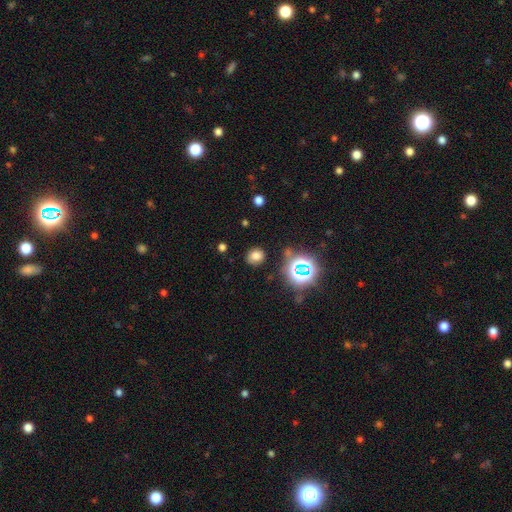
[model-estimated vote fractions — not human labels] The model was most divided on "smooth or featured": smooth: 69%, star or artifact: 22%, featured or disk: 8%. More confident: merging — none (84%); how rounded — round (73%).